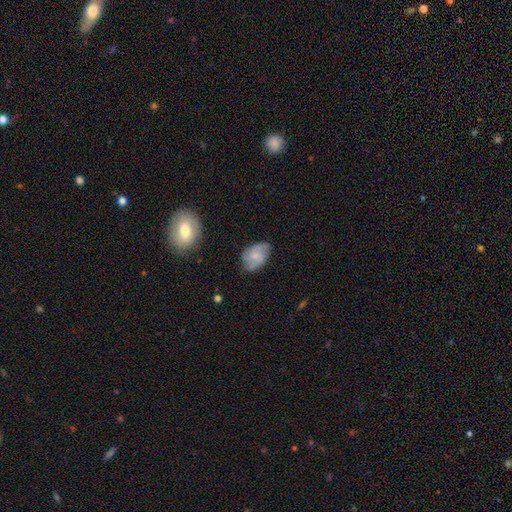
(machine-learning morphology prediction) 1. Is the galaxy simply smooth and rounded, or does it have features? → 50% featured or disk, 43% smooth, 8% star or artifact.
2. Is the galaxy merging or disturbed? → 63% none, 28% minor disturbance, 7% major disturbance, 2% merger.